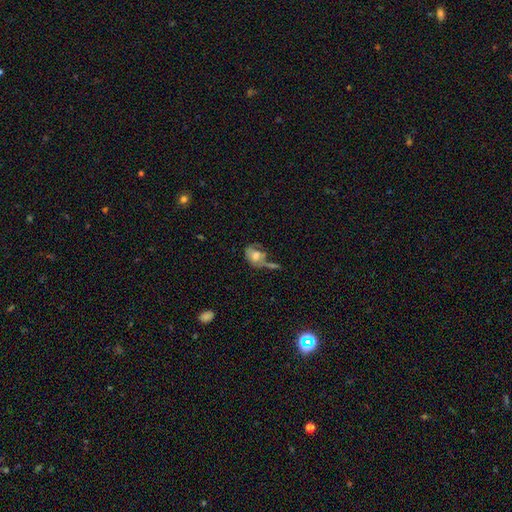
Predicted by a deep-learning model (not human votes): This is possibly a smooth galaxy (55%). How rounded: likely in between (64%). Merging: marginally merger (29%, tied with none).